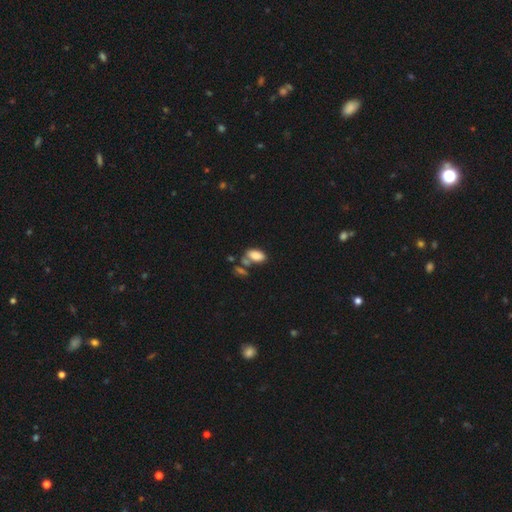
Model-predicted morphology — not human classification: This appears to be a smooth galaxy with no disk features (82%) that is in between round and cigar-shaped (93%). Merging: none (46%).